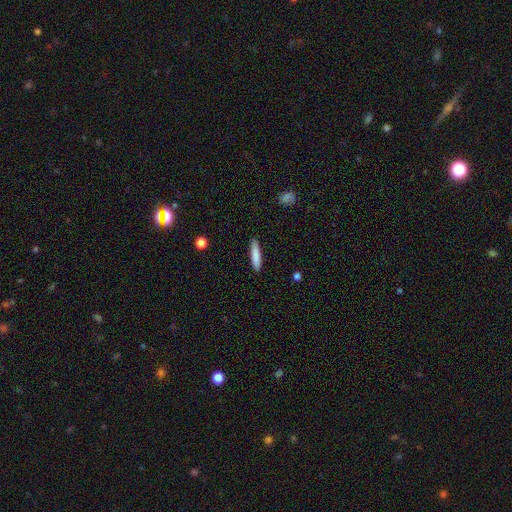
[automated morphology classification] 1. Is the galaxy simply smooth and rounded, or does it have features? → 84% smooth, 10% featured or disk, 6% star or artifact.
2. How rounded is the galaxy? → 88% cigar-shaped, 11% in between, 1% round.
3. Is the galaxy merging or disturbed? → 90% none, 8% minor disturbance, 2% major disturbance, 1% merger.